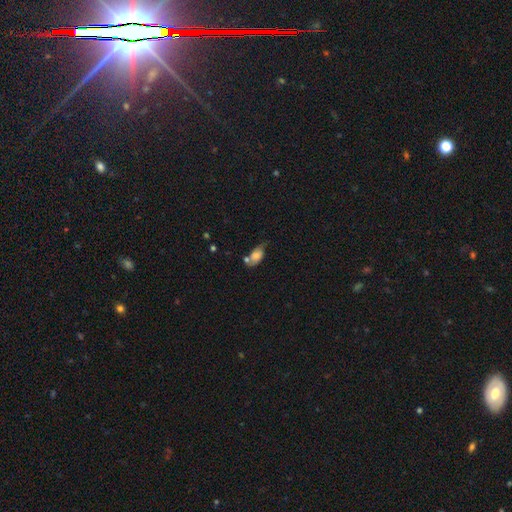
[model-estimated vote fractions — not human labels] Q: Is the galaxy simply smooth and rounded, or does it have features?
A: smooth — 54%.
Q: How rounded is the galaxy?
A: in between — 86%.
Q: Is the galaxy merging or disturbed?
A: none — 39%.